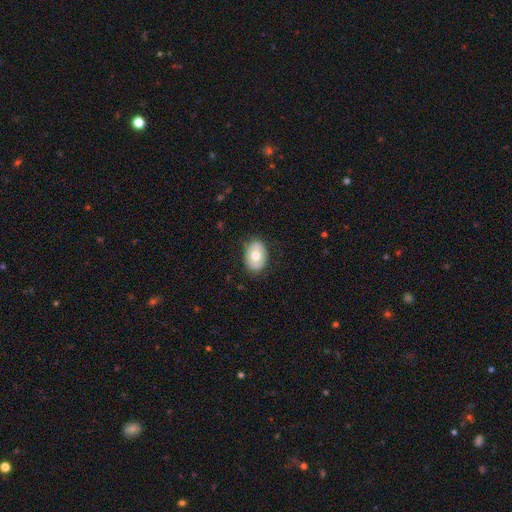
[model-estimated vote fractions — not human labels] smooth_or_featured: smooth (p=0.66) [alt: featured or disk p=0.27]
how_rounded: in between (p=0.79) [alt: round p=0.20]
merging: none (p=0.84) [alt: minor disturbance p=0.12]